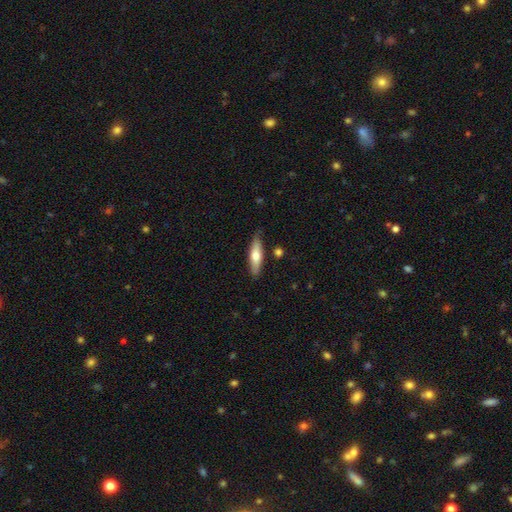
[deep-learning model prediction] Q: Smooth or featured?
A: smooth (57%); runner-up: featured or disk (37%)
Q: How rounded?
A: cigar-shaped (65%); runner-up: in between (33%)
Q: Merging?
A: none (82%); runner-up: minor disturbance (12%)